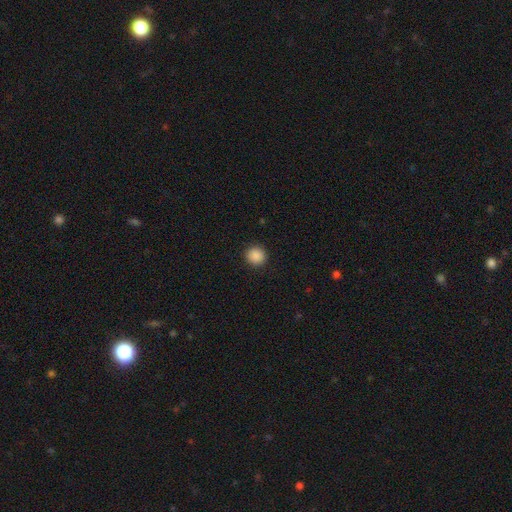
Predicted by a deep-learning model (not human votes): This is clearly a smooth galaxy (88%). How rounded: clearly round (92%). Merging: clearly none (92%).